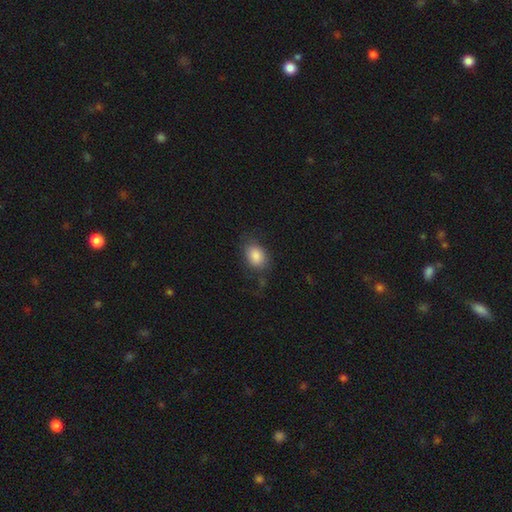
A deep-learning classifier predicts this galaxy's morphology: The model was most divided on "merging": none: 66%, minor disturbance: 21%, major disturbance: 12%, merger: 2%. More confident: smooth or featured — smooth (84%); how rounded — in between (75%).